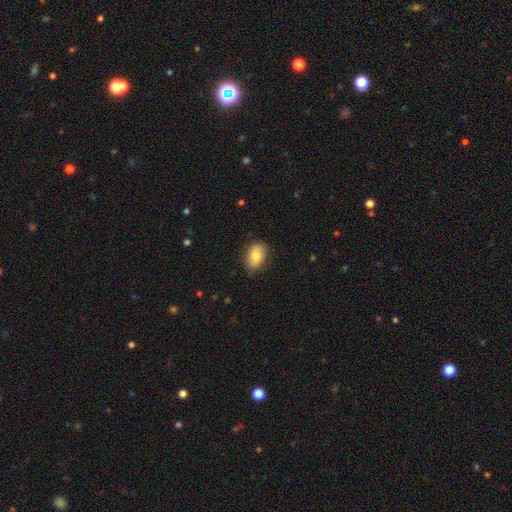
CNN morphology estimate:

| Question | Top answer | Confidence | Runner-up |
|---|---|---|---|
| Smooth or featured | smooth | 80% | featured or disk (13%) |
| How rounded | in between | 85% | round (13%) |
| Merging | none | 81% | minor disturbance (15%) |